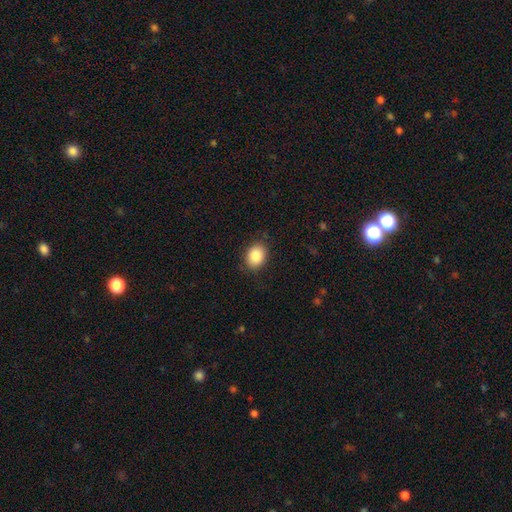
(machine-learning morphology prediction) Smooth or featured? Predicted: smooth (p=0.88). How rounded? Predicted: in between (p=0.66). Merging? Predicted: none (p=0.85).